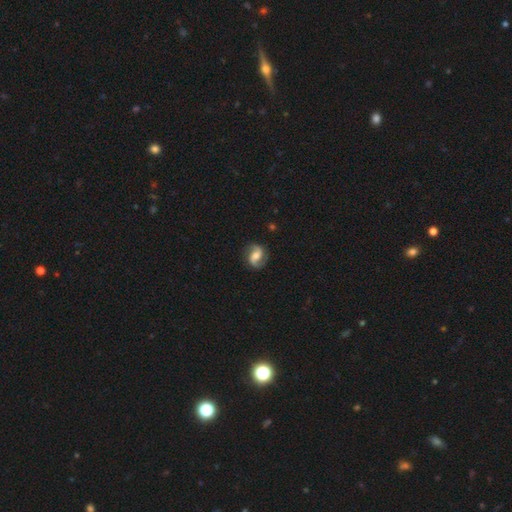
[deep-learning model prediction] This appears to be a featured or disk galaxy (82%) with a weak bar (46%), 2 (92%) medium (48%) spiral arms (96%) and a moderate central bulge (59%). Merging: none (84%).